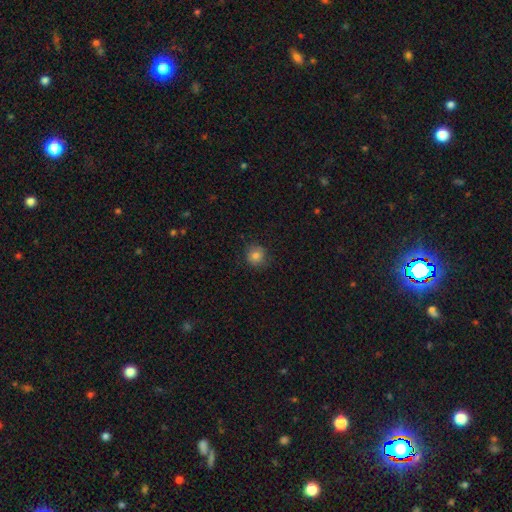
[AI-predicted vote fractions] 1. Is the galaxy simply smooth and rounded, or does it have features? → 81% smooth, 12% star or artifact, 7% featured or disk.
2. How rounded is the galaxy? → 90% round, 9% in between, 1% cigar-shaped.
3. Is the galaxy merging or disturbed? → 85% none, 11% minor disturbance, 3% major disturbance, 1% merger.